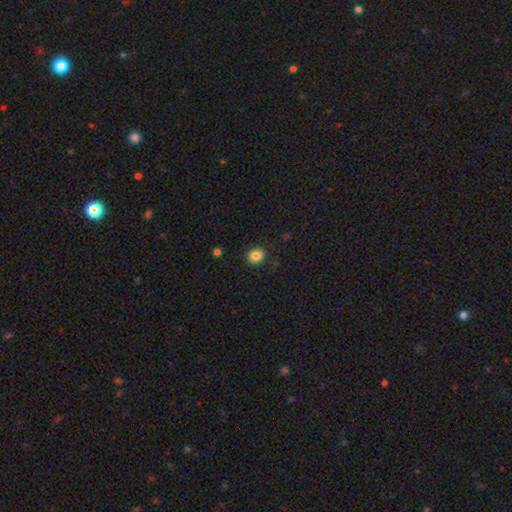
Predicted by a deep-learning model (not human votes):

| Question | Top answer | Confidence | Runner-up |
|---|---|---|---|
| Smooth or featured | smooth | 85% | star or artifact (11%) |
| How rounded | round | 81% | in between (18%) |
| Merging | none | 90% | minor disturbance (7%) |